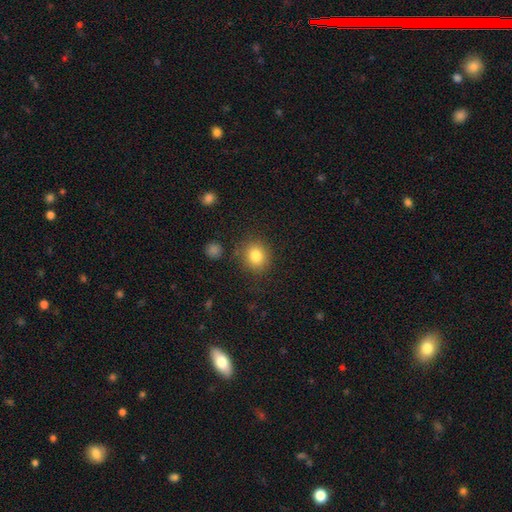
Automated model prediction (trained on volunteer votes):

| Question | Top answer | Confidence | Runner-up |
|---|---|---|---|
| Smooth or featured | smooth | 83% | star or artifact (10%) |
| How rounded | round | 80% | in between (19%) |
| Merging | none | 83% | minor disturbance (10%) |